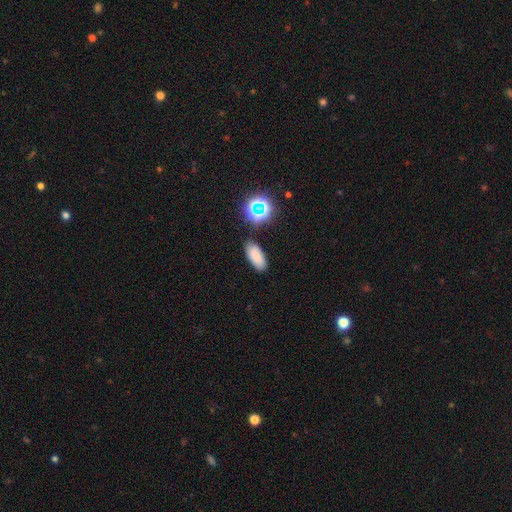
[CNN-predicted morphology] Q: Smooth or featured?
A: smooth (77%); runner-up: star or artifact (15%)
Q: How rounded?
A: in between (86%); runner-up: cigar-shaped (9%)
Q: Merging?
A: none (81%); runner-up: minor disturbance (12%)